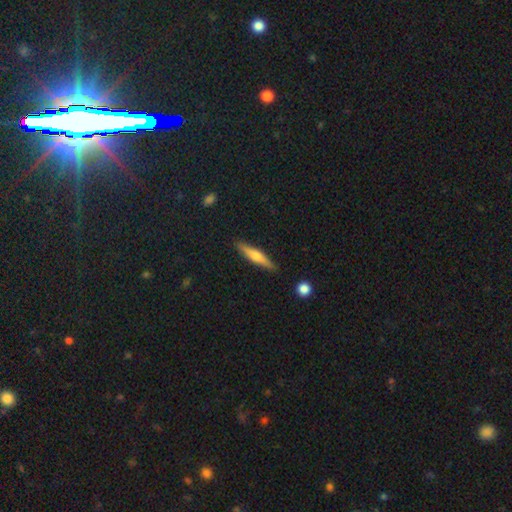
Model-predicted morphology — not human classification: Smooth or featured? Predicted: featured or disk (p=0.51). Edge-on disk? Predicted: yes (p=0.96). Merging? Predicted: none (p=0.89).